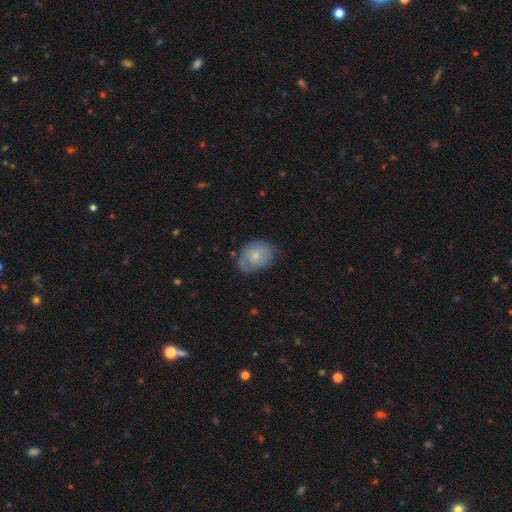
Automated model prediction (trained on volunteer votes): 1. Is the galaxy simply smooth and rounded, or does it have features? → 61% smooth, 32% featured or disk, 7% star or artifact.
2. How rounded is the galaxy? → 63% in between, 36% round, 1% cigar-shaped.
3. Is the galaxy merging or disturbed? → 64% none, 27% minor disturbance, 8% major disturbance, 1% merger.